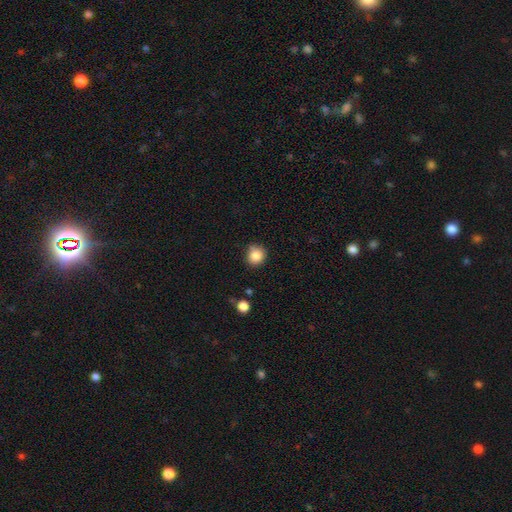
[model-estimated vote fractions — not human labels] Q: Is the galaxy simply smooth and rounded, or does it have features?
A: smooth — 85%.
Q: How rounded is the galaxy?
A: round — 88%.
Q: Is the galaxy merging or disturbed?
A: none — 80%.